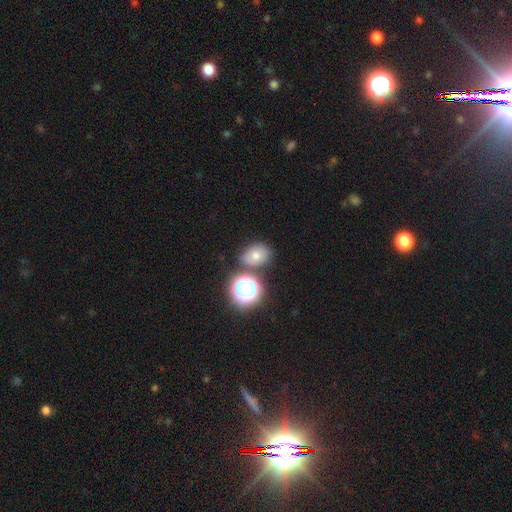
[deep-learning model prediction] The model was most divided on "how rounded": in between: 59%, round: 40%, cigar-shaped: 1%. More confident: merging — none (72%); smooth or featured — smooth (63%).